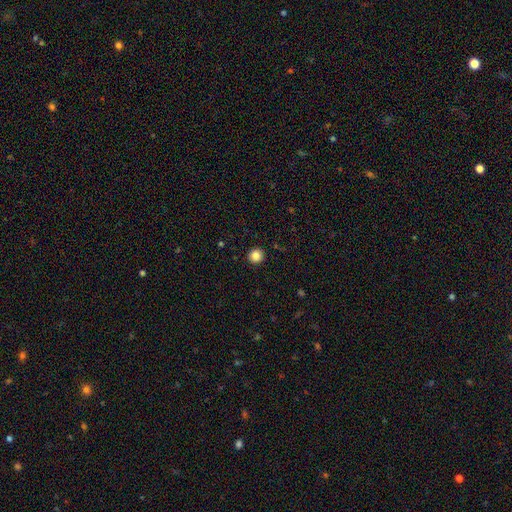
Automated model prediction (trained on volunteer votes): smooth-or-featured: smooth: 84% | star or artifact: 11% | featured or disk: 5%
  how-rounded: round: 93% | in between: 6% | cigar-shaped: 1%
  merging: none: 93% | minor disturbance: 5% | major disturbance: 2% | merger: 1%